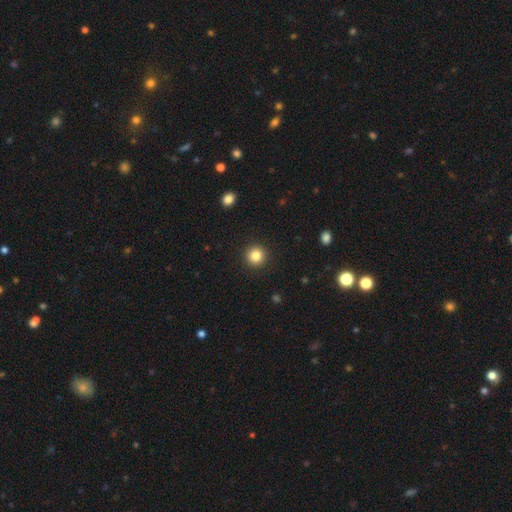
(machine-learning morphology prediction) This appears to be a smooth galaxy with no disk features (84%) that is round (95%). Merging: none (92%).